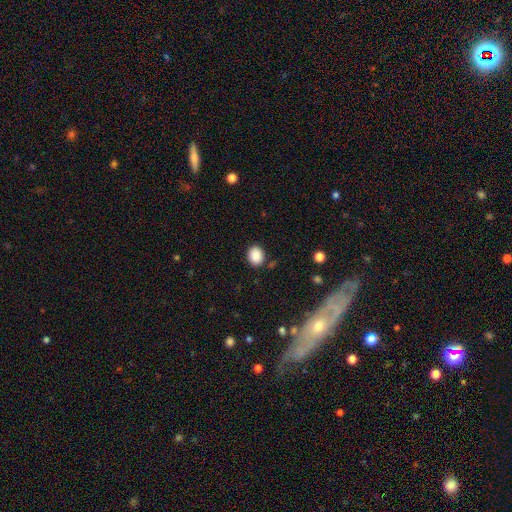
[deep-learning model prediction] The model was most divided on "how rounded": round: 54%, in between: 45%, cigar-shaped: 1%. More confident: smooth or featured — smooth (88%); merging — none (86%).